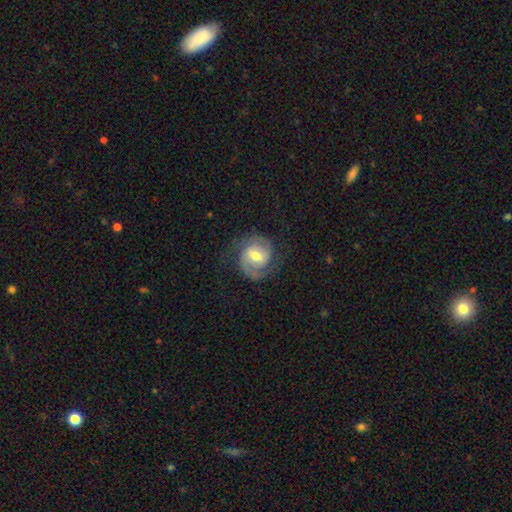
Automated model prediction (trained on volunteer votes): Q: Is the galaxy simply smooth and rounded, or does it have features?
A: featured or disk — 82%.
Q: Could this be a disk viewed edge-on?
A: no — 98%.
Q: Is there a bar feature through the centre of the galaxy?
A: weak — 55%.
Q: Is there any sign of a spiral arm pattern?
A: yes — 94%.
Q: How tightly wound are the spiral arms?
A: medium — 43%.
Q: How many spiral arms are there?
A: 2 — 84%.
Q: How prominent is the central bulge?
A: moderate — 72%.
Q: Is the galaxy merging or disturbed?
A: none — 74%.